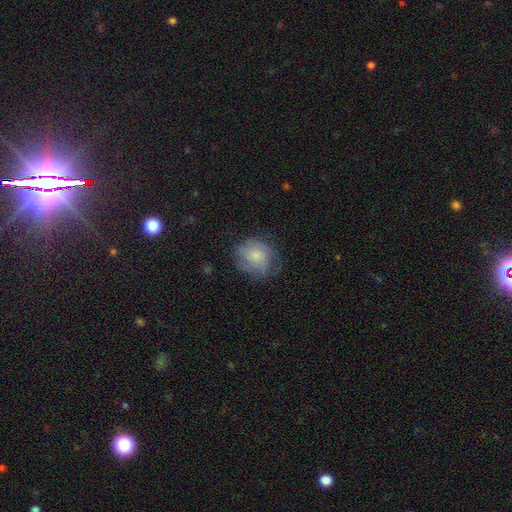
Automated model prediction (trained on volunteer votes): The model was most divided on "smooth or featured": smooth: 62%, featured or disk: 29%, star or artifact: 9%. More confident: how rounded — round (78%); merging — none (59%).